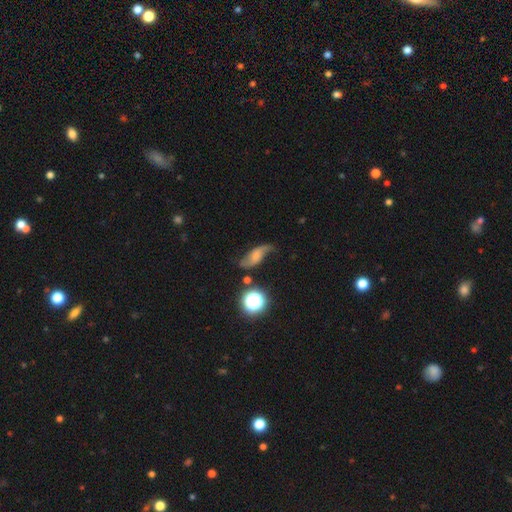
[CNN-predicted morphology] Smooth or featured: featured or disk — 62% (smooth — 25%)
Edge-on disk: no — 90% (yes — 10%)
Bar: no — 59% (weak — 32%)
Spiral arms: yes — 91% (no — 9%)
Spiral winding: loose — 83% (medium — 13%)
Spiral arm count: 2 — 88% (1 — 5%)
Bulge size: small — 34% (moderate — 32%)
Merging: none — 60% (minor disturbance — 25%)